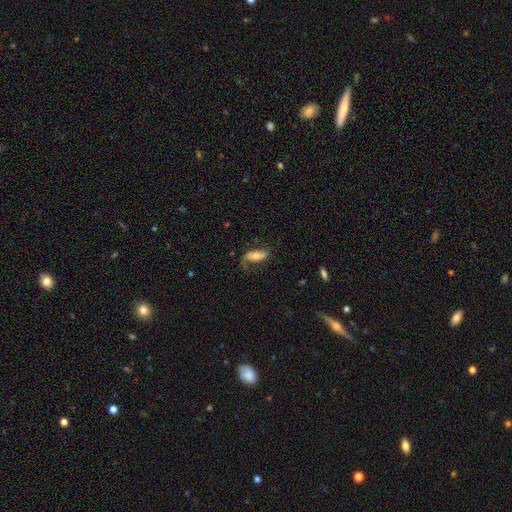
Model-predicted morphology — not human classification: smooth-or-featured: featured or disk: 55% | smooth: 38% | star or artifact: 7%
  disk-edge-on: no: 81% | yes: 19%
  merging: none: 58% | minor disturbance: 24% | major disturbance: 16% | merger: 2%